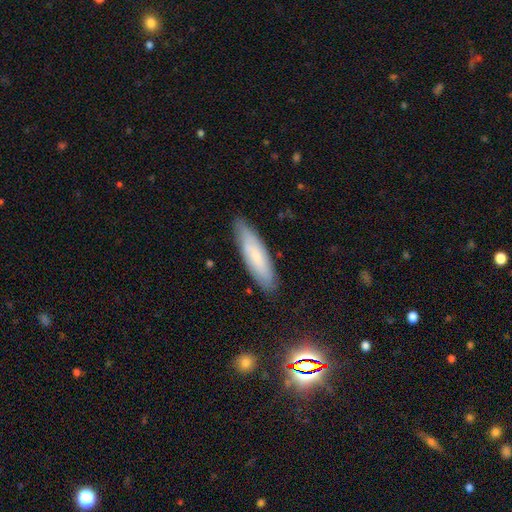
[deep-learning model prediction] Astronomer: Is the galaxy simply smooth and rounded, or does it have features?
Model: smooth — 65%.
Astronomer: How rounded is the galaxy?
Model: cigar-shaped — 67%.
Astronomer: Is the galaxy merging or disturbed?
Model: none — 82%.